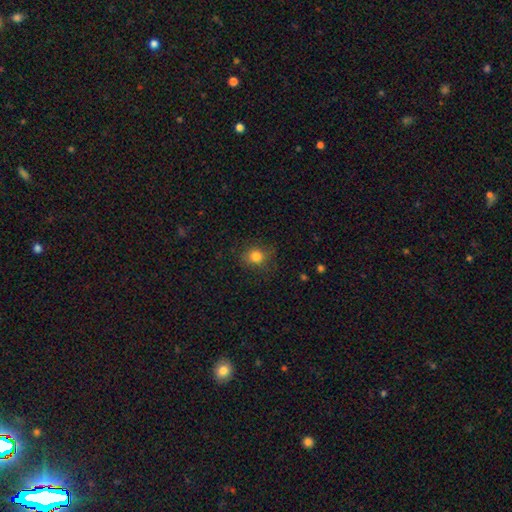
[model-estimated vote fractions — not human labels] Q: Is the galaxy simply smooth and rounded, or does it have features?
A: smooth — 81%.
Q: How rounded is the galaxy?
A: round — 76%.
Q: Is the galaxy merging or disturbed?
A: none — 81%.